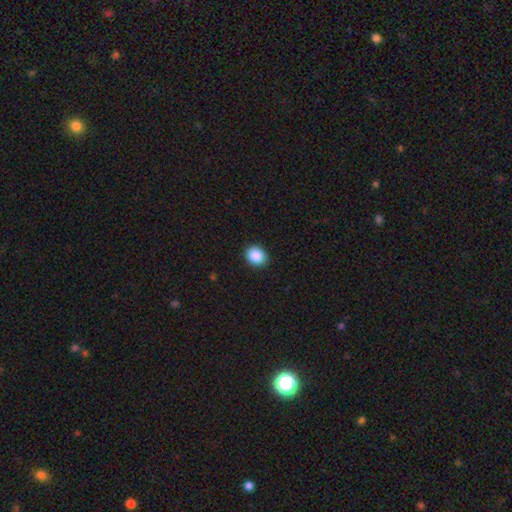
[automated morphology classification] type=smooth (89%); roundness=round (59%); merging=none (91%).